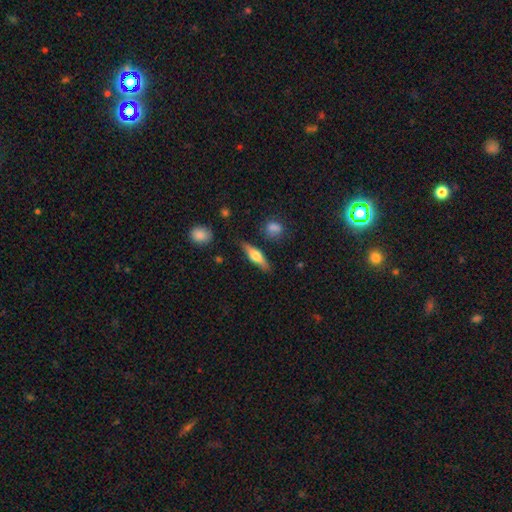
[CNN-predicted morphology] Smooth or featured? Predicted: featured or disk (p=0.51). Edge-on disk? Predicted: yes (p=0.94). Merging? Predicted: none (p=0.84).